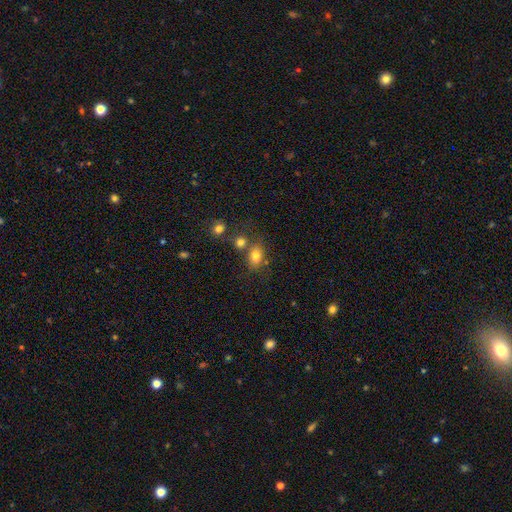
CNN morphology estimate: A smooth galaxy with no disk features (78%) that is in between round and cigar-shaped (68%). Merging: none (60%).